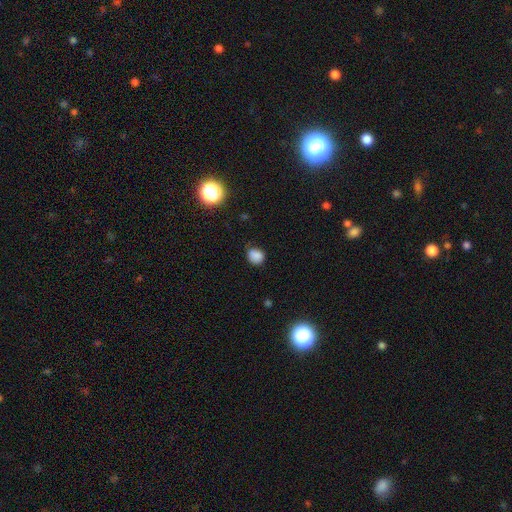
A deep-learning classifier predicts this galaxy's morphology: Smooth or featured? Predicted: smooth (p=0.82). How rounded? Predicted: round (p=0.68). Merging? Predicted: none (p=0.70).